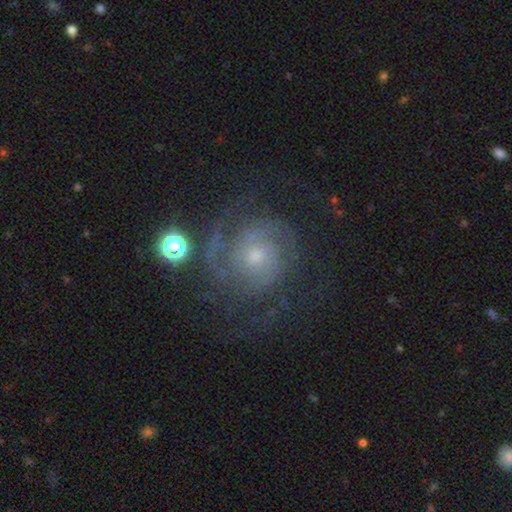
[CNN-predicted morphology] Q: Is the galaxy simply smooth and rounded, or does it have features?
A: featured or disk — 77%.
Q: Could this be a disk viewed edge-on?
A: no — 98%.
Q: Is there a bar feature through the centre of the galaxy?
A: no — 75%.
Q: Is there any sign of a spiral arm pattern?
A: yes — 93%.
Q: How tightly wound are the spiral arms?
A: tight — 53%.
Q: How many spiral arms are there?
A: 2 — 34%.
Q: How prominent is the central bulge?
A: small — 56%.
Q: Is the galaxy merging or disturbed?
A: none — 65%.